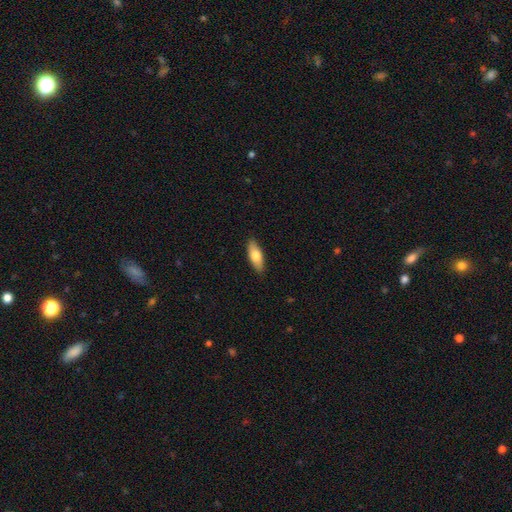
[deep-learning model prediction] Overall: smooth (70%). How rounded: in between (72%). Merging: none (88%).